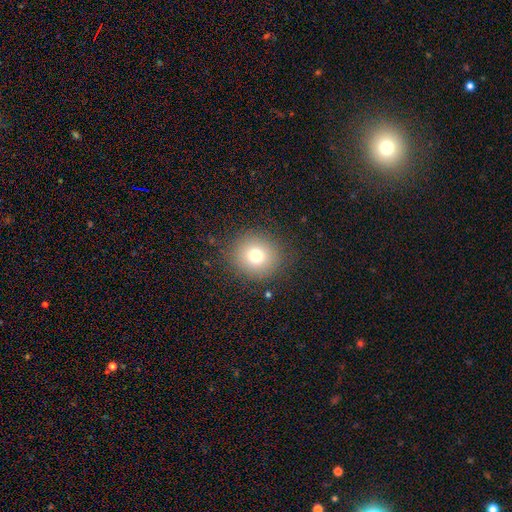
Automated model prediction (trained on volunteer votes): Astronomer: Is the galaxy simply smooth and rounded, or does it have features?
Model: smooth — 74%.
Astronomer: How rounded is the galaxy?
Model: round — 90%.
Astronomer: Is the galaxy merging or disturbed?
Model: none — 87%.